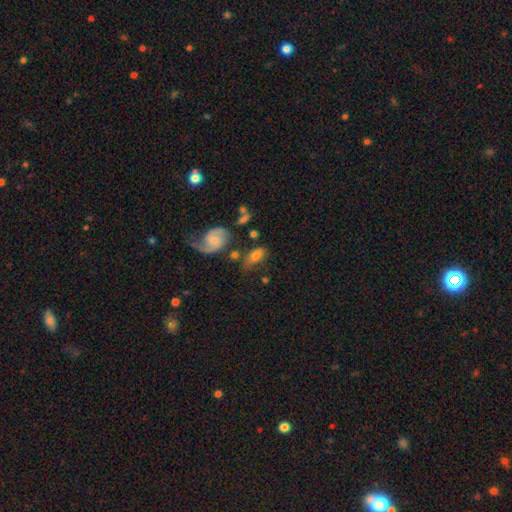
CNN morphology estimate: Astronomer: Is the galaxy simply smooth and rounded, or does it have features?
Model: smooth — 60%.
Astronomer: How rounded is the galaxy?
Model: in between — 86%.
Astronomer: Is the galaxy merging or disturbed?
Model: none — 51%.